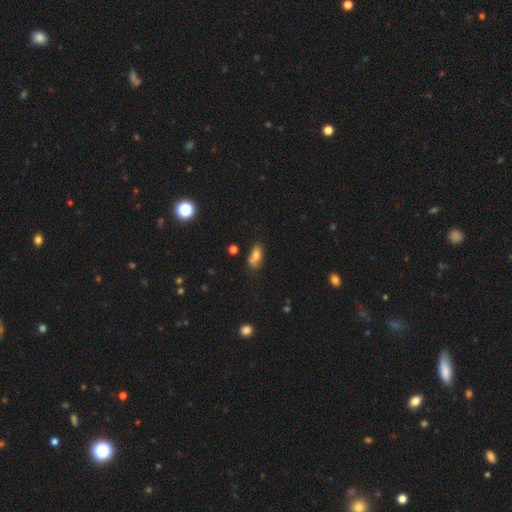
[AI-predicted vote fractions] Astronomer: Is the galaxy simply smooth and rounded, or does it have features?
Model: smooth — 74%.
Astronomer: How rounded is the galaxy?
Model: in between — 82%.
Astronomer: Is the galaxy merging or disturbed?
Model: none — 52%.